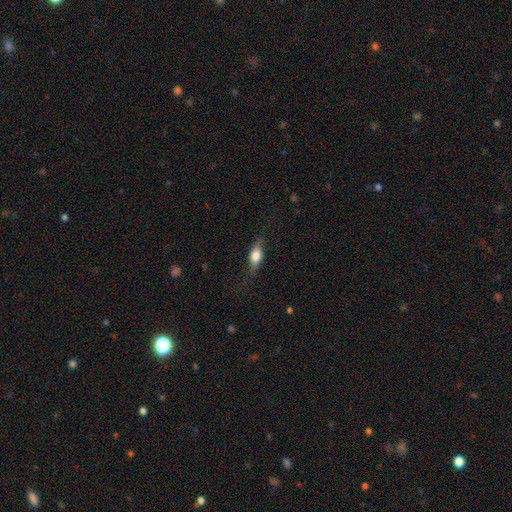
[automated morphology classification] Smooth or featured? Predicted: smooth (p=0.57). How rounded? Predicted: in between (p=0.68). Merging? Predicted: none (p=0.71).